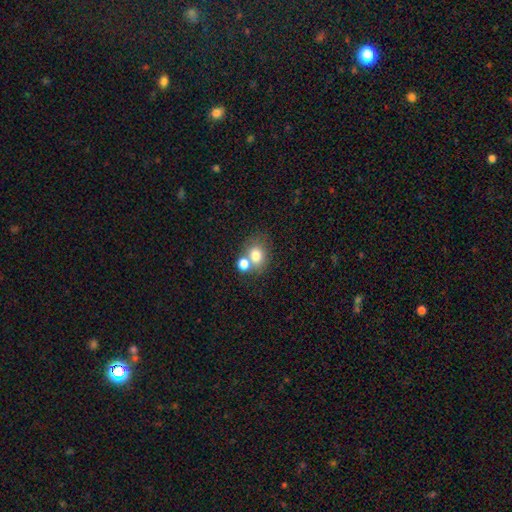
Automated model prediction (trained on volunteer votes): A smooth galaxy with no disk features (75%) that is round (56%).

Vote fractions:
- Smooth or featured? smooth: 75% / featured or disk: 13% / star or artifact: 12%
- How rounded? round: 56% / in between: 43% / cigar-shaped: 1%
- Merging? none: 44% / merger: 41% / minor disturbance: 10% / major disturbance: 5%